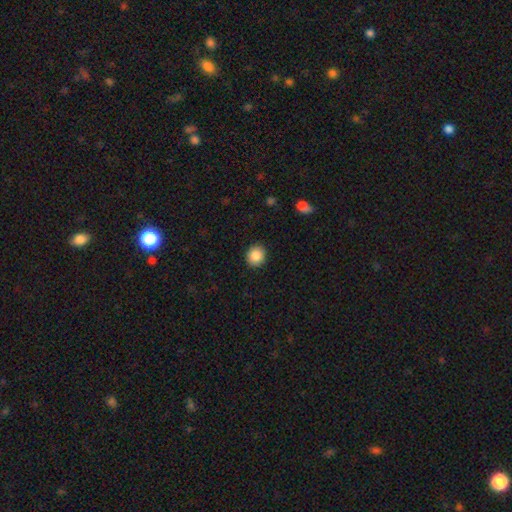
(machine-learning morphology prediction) Overall: smooth (87%). How rounded: round (84%). Merging: none (90%).